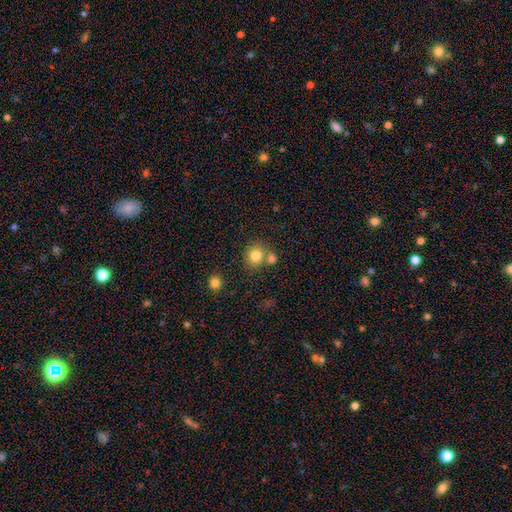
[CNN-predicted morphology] Q: Smooth or featured?
A: smooth (81%); runner-up: star or artifact (11%)
Q: How rounded?
A: round (82%); runner-up: in between (17%)
Q: Merging?
A: none (64%); runner-up: merger (24%)